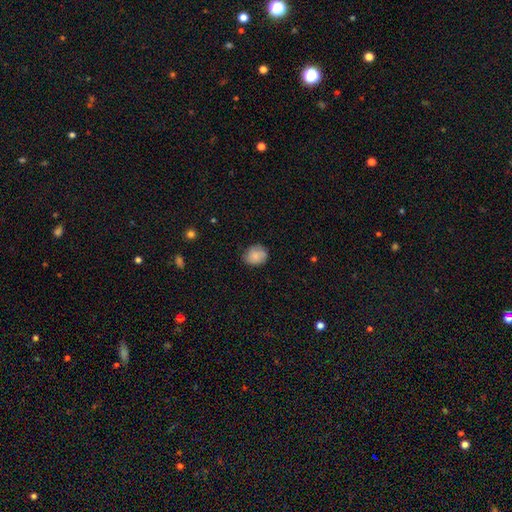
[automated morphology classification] This is clearly a smooth galaxy (83%). How rounded: likely round (62%). Merging: likely none (76%).